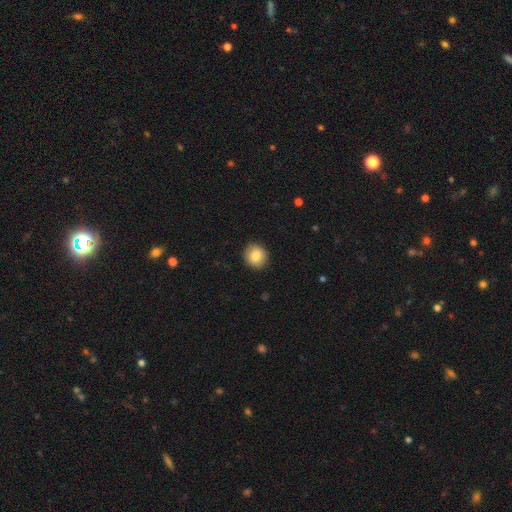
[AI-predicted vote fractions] A smooth galaxy with no disk features (84%) that is round (83%). Merging: none (91%).